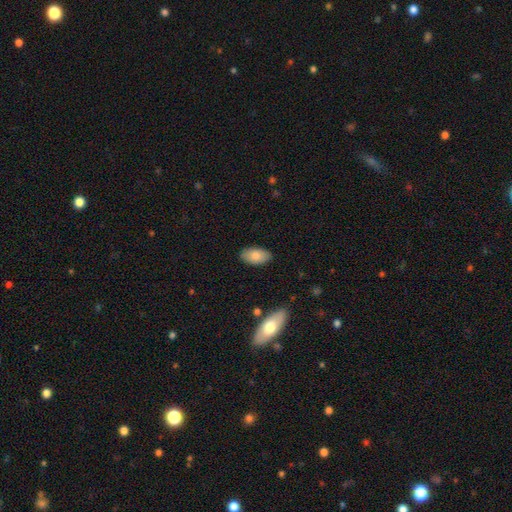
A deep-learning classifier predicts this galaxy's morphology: A smooth galaxy with no disk features (84%) that is in between round and cigar-shaped (95%).

Vote fractions:
- Smooth or featured? smooth: 84% / featured or disk: 10% / star or artifact: 6%
- How rounded? in between: 95% / round: 3% / cigar-shaped: 2%
- Merging? none: 86% / minor disturbance: 11% / major disturbance: 2% / merger: 1%